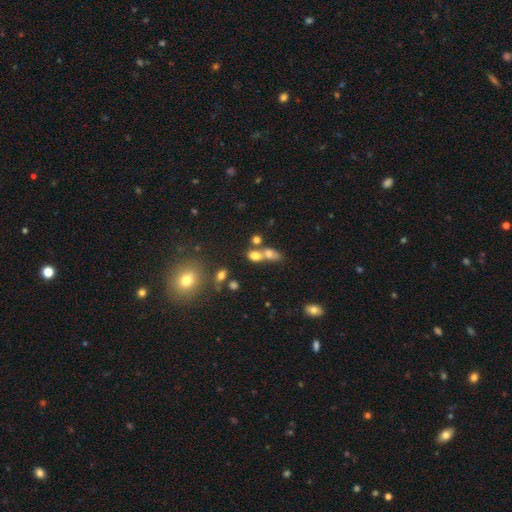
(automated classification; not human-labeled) Smooth or featured? Predicted: smooth (p=0.69). How rounded? Predicted: in between (p=0.60). Merging? Predicted: merger (p=0.57).